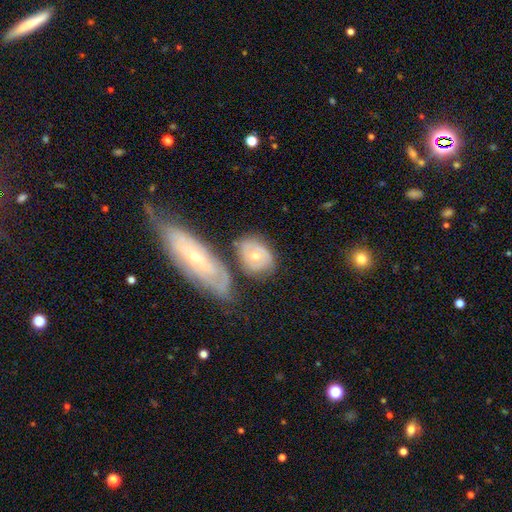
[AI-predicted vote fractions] Smooth or featured: featured or disk — 56% (smooth — 38%)
Edge-on disk: no — 91% (yes — 9%)
Bar: no — 76% (weak — 18%)
Spiral arms: yes — 58% (no — 42%)
Bulge size: moderate — 62% (small — 33%)
Merging: none — 56% (merger — 18%)